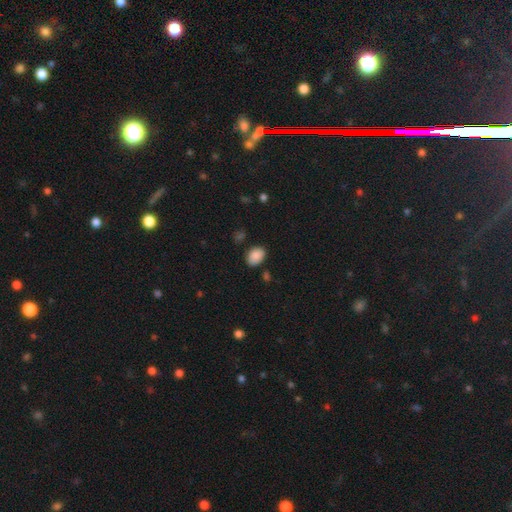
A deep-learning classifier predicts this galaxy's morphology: This appears to be a smooth galaxy with no disk features (87%) that is in between round and cigar-shaped (77%). Merging: none (79%).